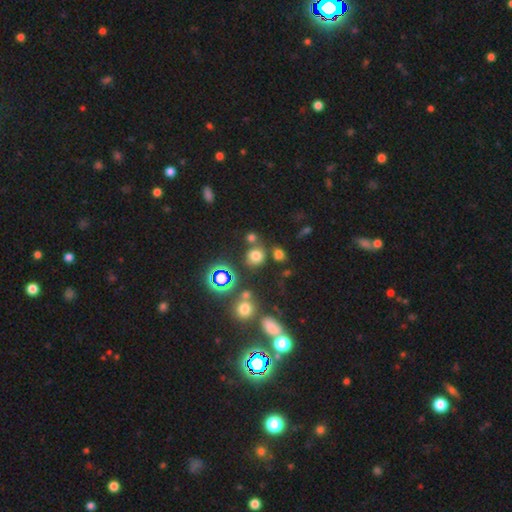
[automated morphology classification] Smooth or featured? smooth (69%)
How rounded? round (80%)
Merging? none (71%)